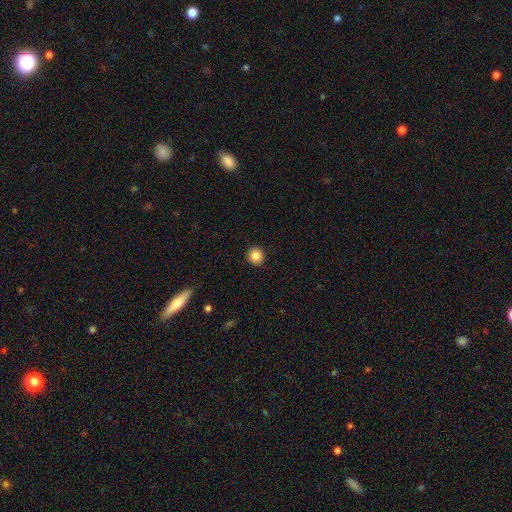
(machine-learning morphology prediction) Smooth or featured: smooth — 85% (star or artifact — 10%)
How rounded: round — 91% (in between — 8%)
Merging: none — 92% (minor disturbance — 6%)